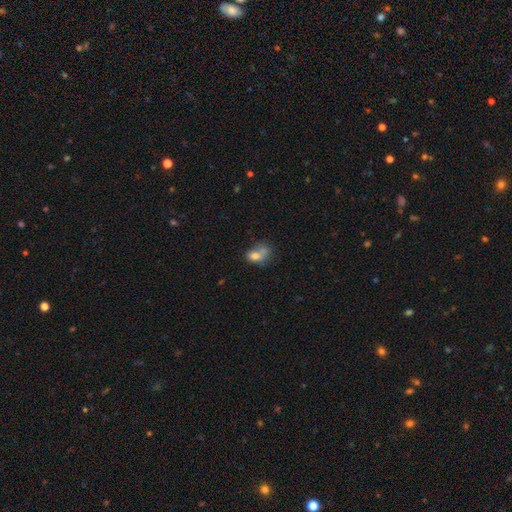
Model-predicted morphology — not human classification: Smooth or featured? smooth (70%)
How rounded? in between (67%)
Merging? merger (42%)